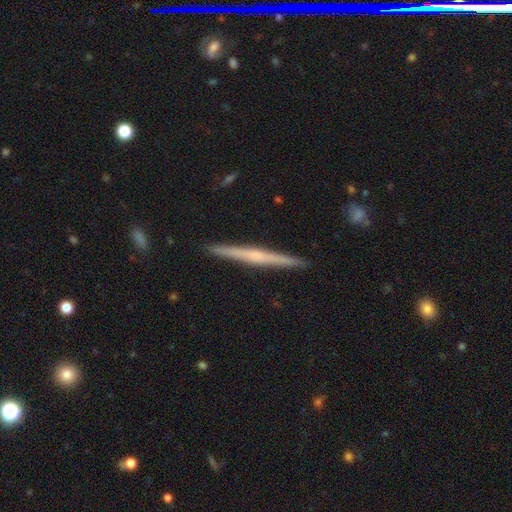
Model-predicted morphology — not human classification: Smooth or featured: featured or disk — 66% (smooth — 28%)
Edge-on disk: yes — 98% (no — 2%)
Edge-on bulge: none — 47% (rounded — 43%)
Merging: none — 92% (minor disturbance — 5%)